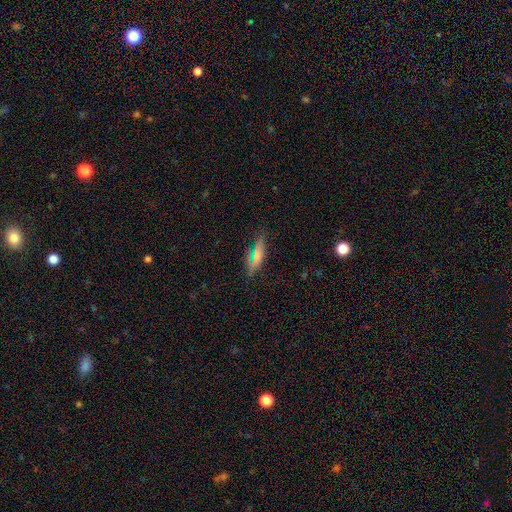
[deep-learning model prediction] This is likely a smooth galaxy (68%). How rounded: likely in between (62%). Merging: likely none (78%).